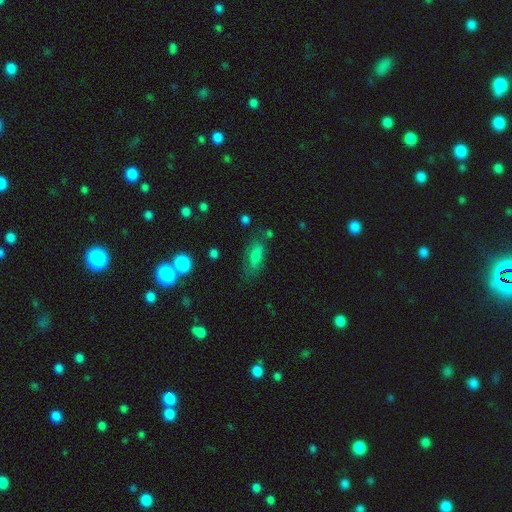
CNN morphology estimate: This appears to be a smooth galaxy with no disk features (67%) that is in between round and cigar-shaped (76%). Merging: none (62%).